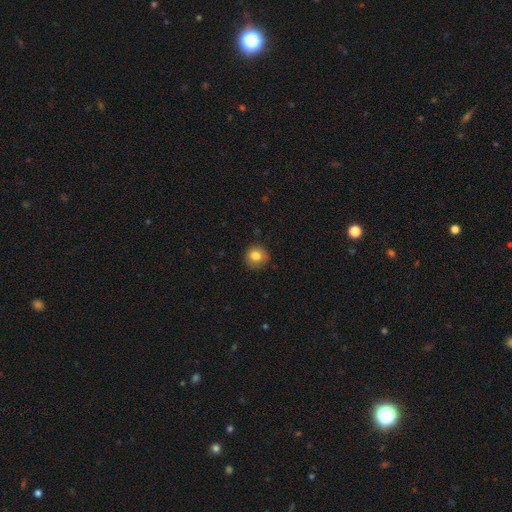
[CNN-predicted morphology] smooth 82%, star or artifact 10%, featured or disk 8%. Down the decision tree: how rounded — round (90%); merging — none (86%).